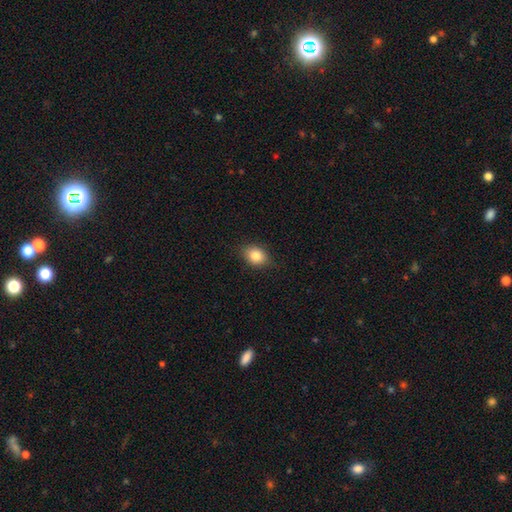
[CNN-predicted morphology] smooth_or_featured: smooth (p=0.83) [alt: star or artifact p=0.09]
how_rounded: in between (p=0.59) [alt: round p=0.40]
merging: none (p=0.84) [alt: minor disturbance p=0.12]